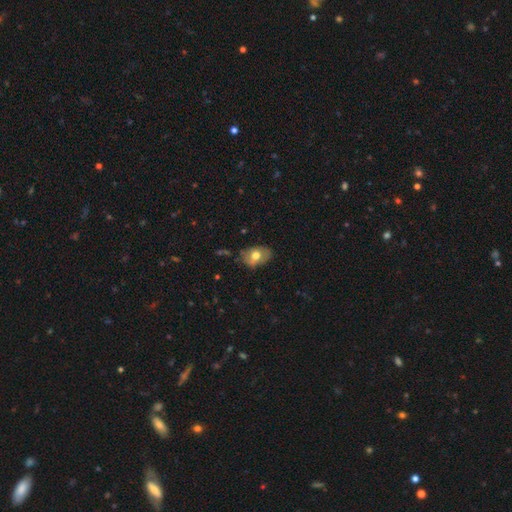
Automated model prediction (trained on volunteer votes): Smooth or featured? Predicted: smooth (p=0.65). How rounded? Predicted: in between (p=0.82). Merging? Predicted: none (p=0.72).